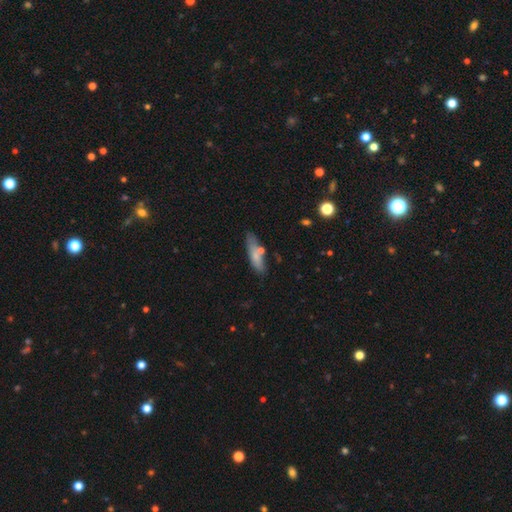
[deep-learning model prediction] Q: Smooth or featured?
A: smooth (73%); runner-up: featured or disk (20%)
Q: How rounded?
A: cigar-shaped (64%); runner-up: in between (34%)
Q: Merging?
A: none (68%); runner-up: minor disturbance (18%)